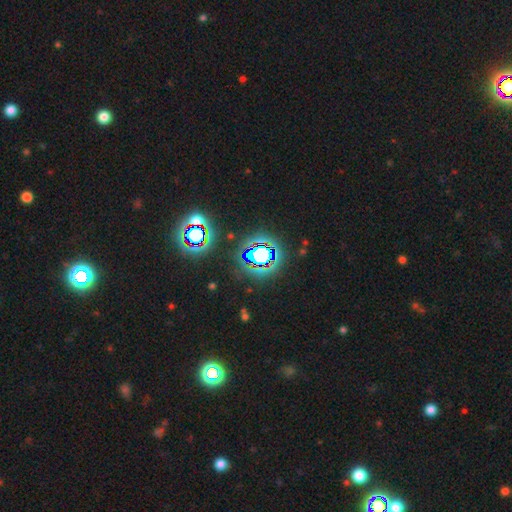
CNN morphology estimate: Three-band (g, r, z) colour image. It shows a star or artifact, not a galaxy (78%).